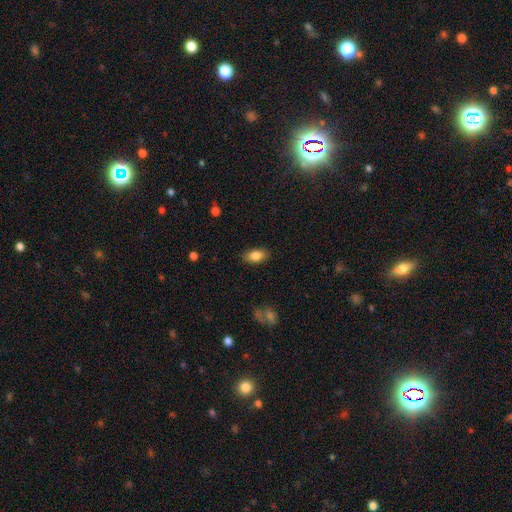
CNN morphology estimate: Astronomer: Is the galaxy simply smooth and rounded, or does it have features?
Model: smooth — 83%.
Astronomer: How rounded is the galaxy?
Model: in between — 90%.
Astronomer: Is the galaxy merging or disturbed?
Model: none — 86%.